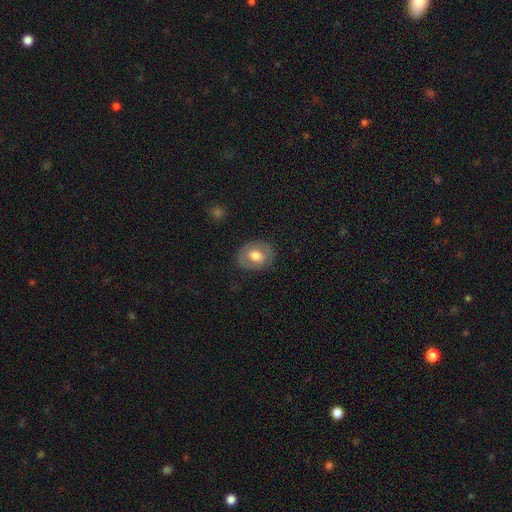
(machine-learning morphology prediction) type=smooth (63%); roundness=in between (50%); merging=none (82%).